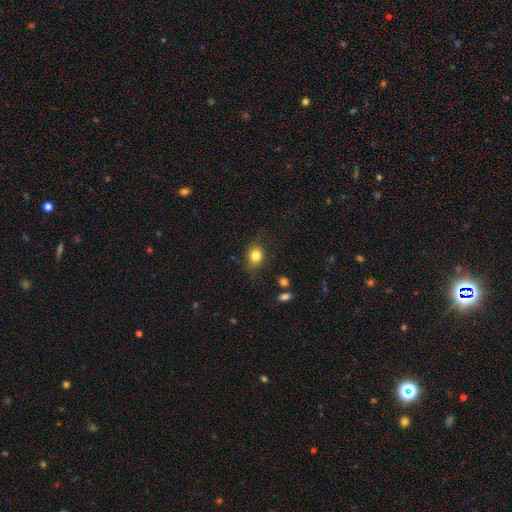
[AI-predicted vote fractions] smooth_or_featured: smooth (p=0.81) [alt: star or artifact p=0.10]
how_rounded: round (p=0.54) [alt: in between p=0.44]
merging: none (p=0.71) [alt: minor disturbance p=0.22]